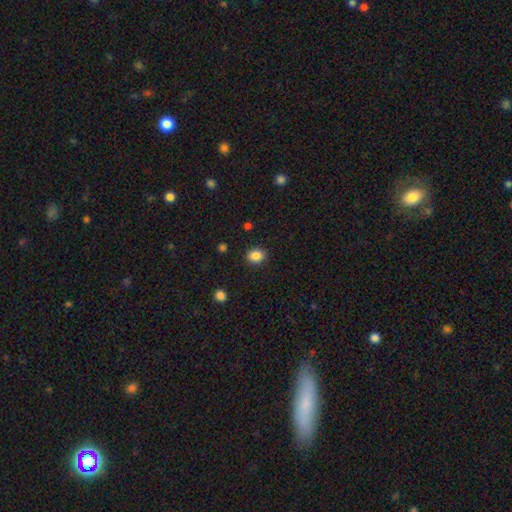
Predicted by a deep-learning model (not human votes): Smooth or featured? Predicted: smooth (p=0.86). How rounded? Predicted: round (p=0.59). Merging? Predicted: none (p=0.88).